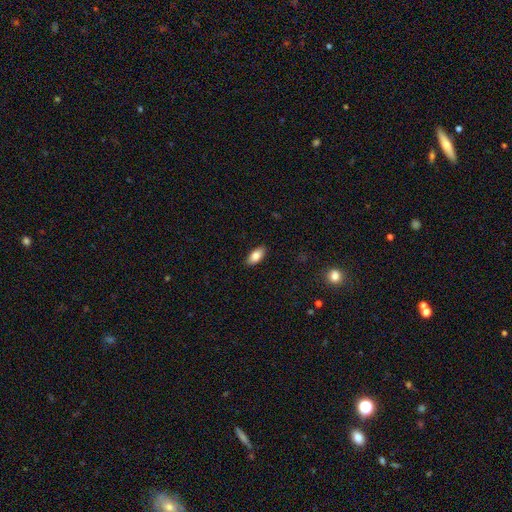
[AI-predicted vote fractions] Morphology: type=smooth (84%); roundness=in between (90%); merging=none (88%).